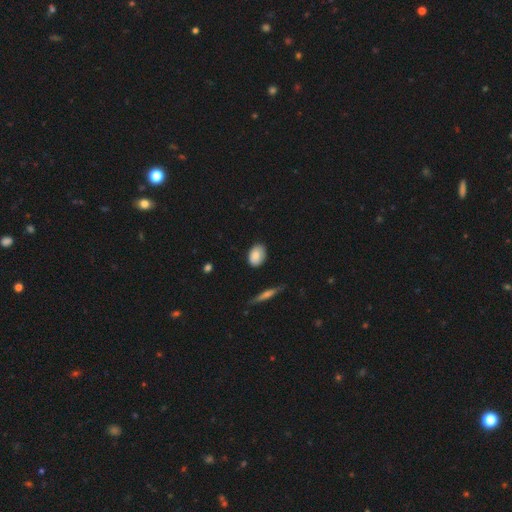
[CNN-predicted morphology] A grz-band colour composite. It shows a smooth galaxy with no disk features (85%) that is in between round and cigar-shaped (80%). Merging: none (82%).